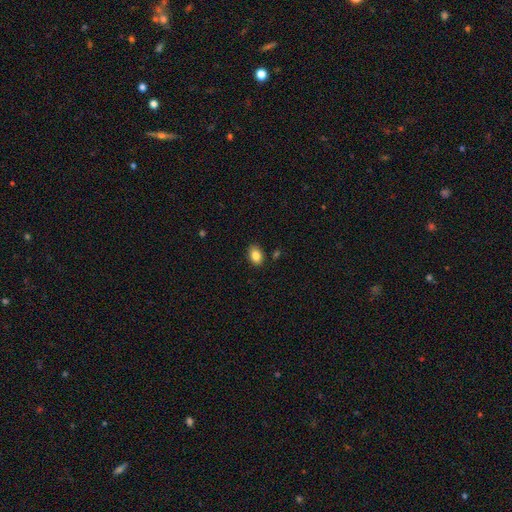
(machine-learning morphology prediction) Smooth or featured? smooth (85%)
How rounded? in between (81%)
Merging? none (86%)